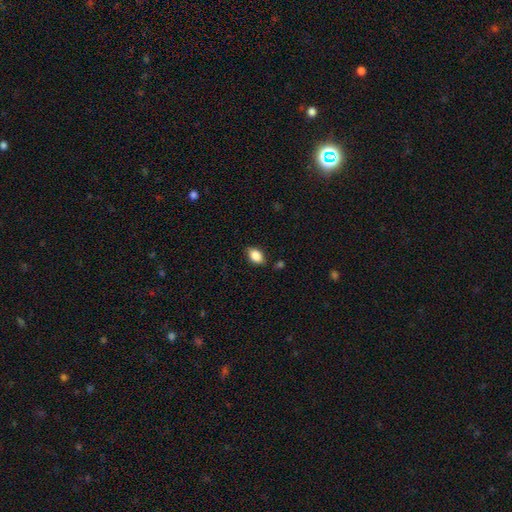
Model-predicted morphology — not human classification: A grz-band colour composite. It shows a smooth galaxy with no disk features (84%) that is in between round and cigar-shaped (88%). Merging: none (81%).